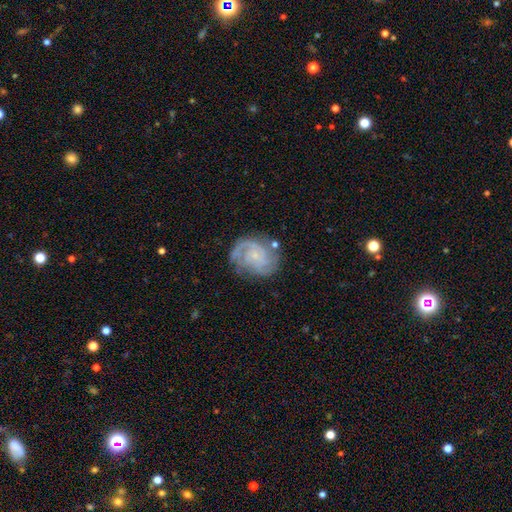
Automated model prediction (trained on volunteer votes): A featured or disk galaxy (86%) with no bar (69%), 2 (42%) tight (57%) spiral arms (97%) and a small central bulge (76%). Merging: none (71%).